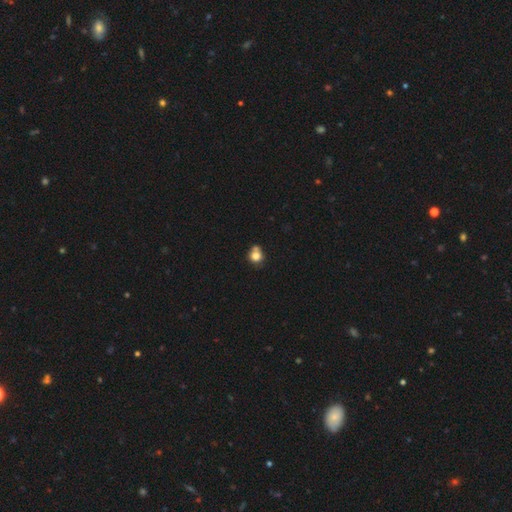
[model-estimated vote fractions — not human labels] smooth_or_featured: smooth (p=0.78) [alt: star or artifact p=0.12]
how_rounded: round (p=0.82) [alt: in between p=0.17]
merging: none (p=0.55) [alt: merger p=0.22]